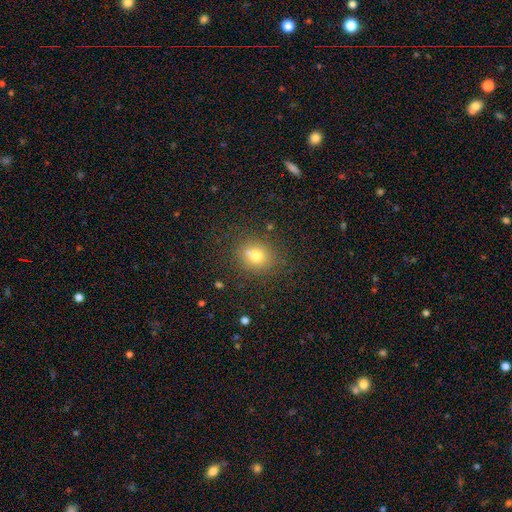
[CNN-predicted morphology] Smooth or featured? smooth (73%)
How rounded? round (75%)
Merging? none (68%)